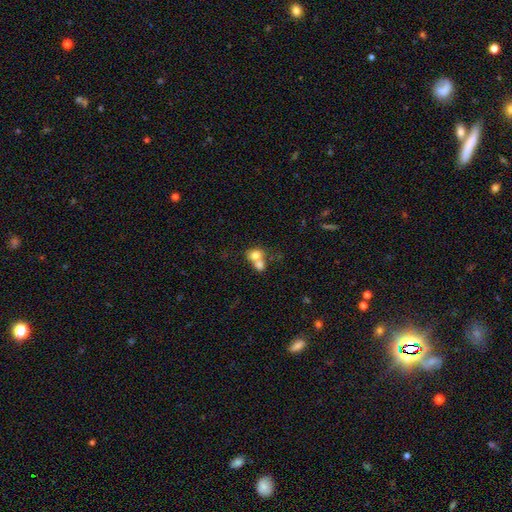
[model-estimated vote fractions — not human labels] Q: Smooth or featured?
A: smooth (74%); runner-up: featured or disk (16%)
Q: How rounded?
A: round (64%); runner-up: in between (35%)
Q: Merging?
A: merger (67%); runner-up: none (24%)